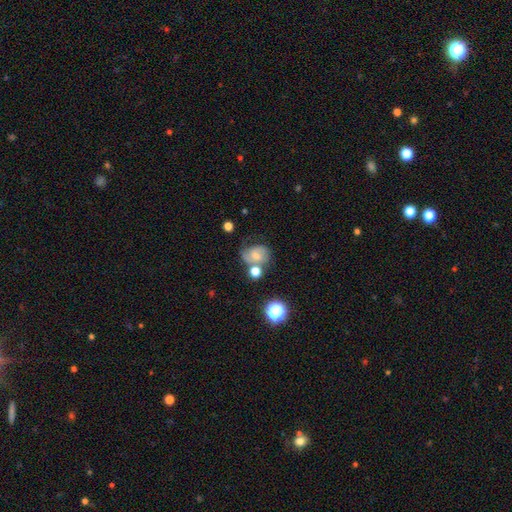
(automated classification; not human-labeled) This appears to be a featured or disk galaxy (45%). Merging: none (45%).